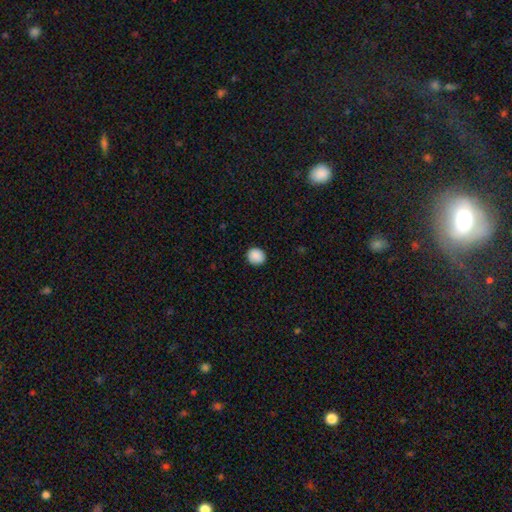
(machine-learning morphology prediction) This is clearly a smooth galaxy (89%). How rounded: clearly round (87%). Merging: clearly none (91%).